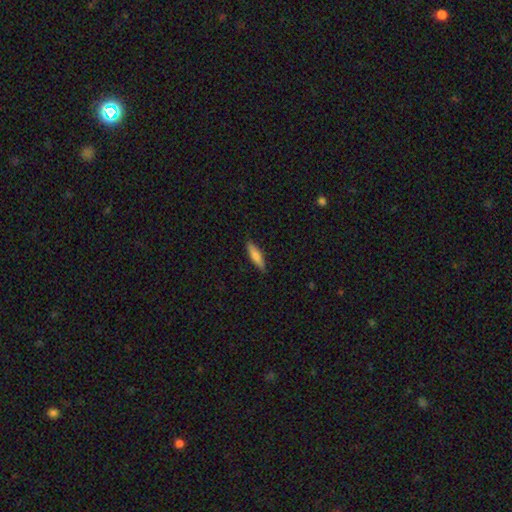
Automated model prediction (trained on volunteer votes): Overall: smooth (73%). How rounded: cigar-shaped (71%). Merging: none (87%).